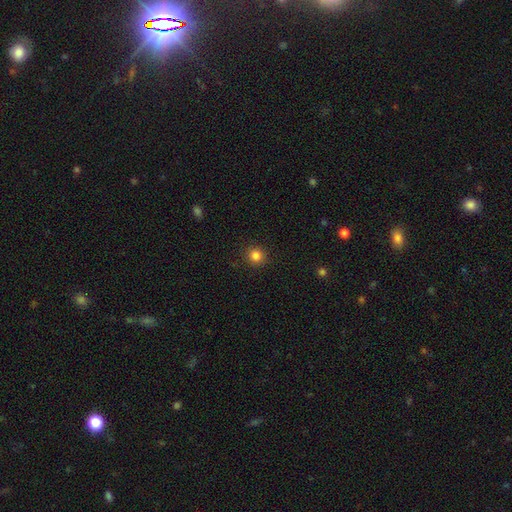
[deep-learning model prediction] A smooth galaxy with no disk features (84%) that is round (90%). Merging: none (91%).